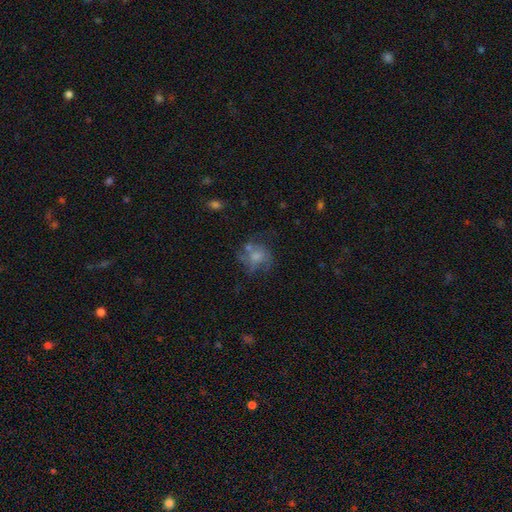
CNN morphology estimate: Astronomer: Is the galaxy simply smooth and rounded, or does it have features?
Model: smooth — 46% (runner-up: featured or disk, 42%).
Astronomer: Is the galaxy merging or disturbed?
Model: none — 43% (runner-up: major disturbance, 26%).